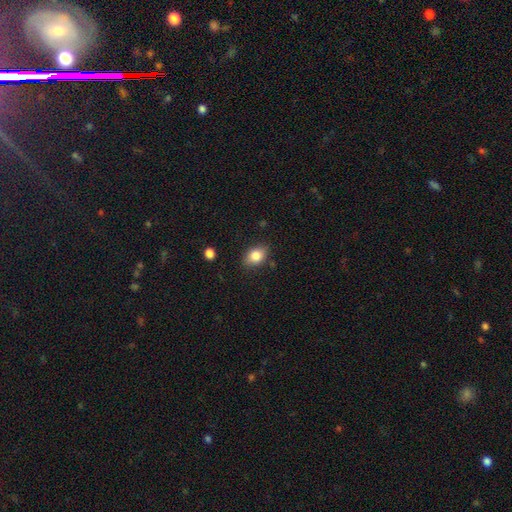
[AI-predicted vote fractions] This appears to be a smooth galaxy with no disk features (83%) that is in between round and cigar-shaped (77%). Merging: none (83%).